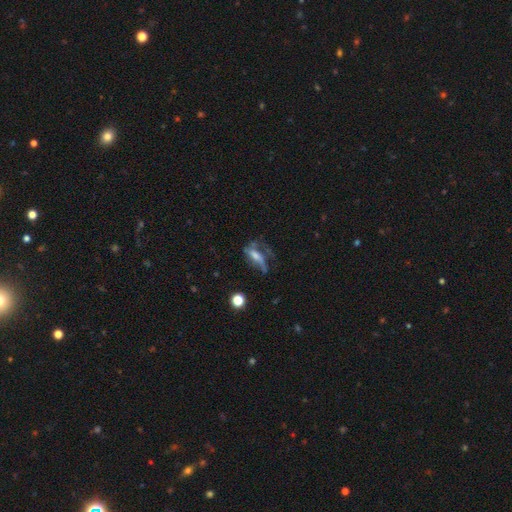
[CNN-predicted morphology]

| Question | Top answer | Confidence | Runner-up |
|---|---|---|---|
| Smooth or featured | featured or disk | 54% | smooth (33%) |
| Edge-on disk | no | 64% | yes (36%) |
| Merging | major disturbance | 40% | none (33%) |